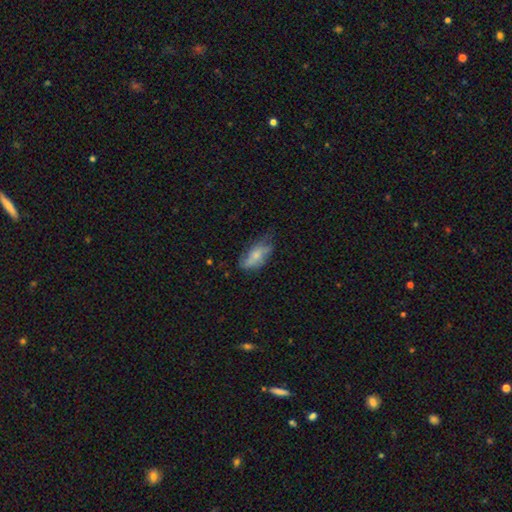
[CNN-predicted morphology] Q: Smooth or featured?
A: smooth (60%); runner-up: featured or disk (33%)
Q: How rounded?
A: in between (85%); runner-up: cigar-shaped (12%)
Q: Merging?
A: none (49%); runner-up: minor disturbance (35%)